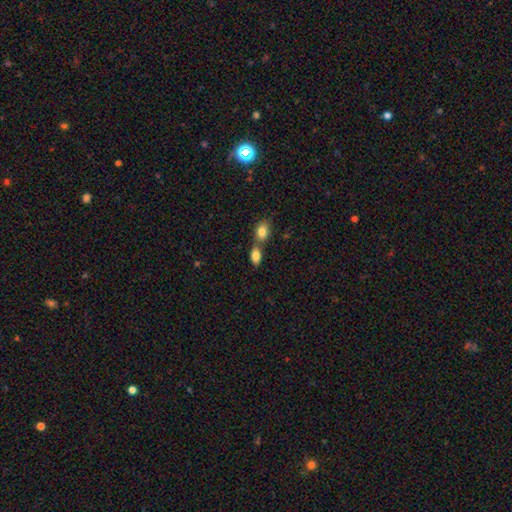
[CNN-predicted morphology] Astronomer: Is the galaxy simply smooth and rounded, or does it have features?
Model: smooth — 82%.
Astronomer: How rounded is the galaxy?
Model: in between — 88%.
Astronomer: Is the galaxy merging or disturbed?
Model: merger — 52% (runner-up: none, 37%).